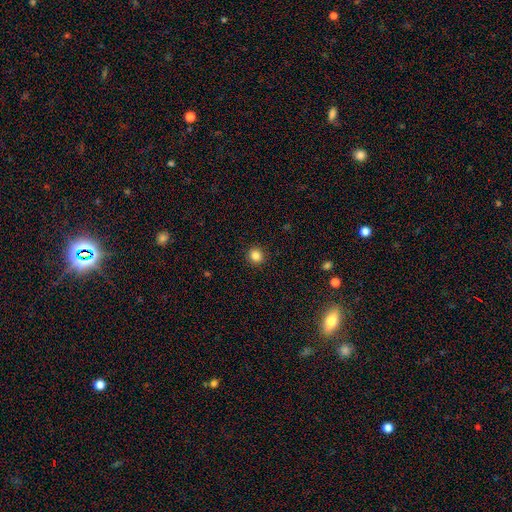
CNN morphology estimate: Smooth or featured: smooth — 85% (star or artifact — 11%)
How rounded: round — 91% (in between — 8%)
Merging: none — 92% (minor disturbance — 5%)